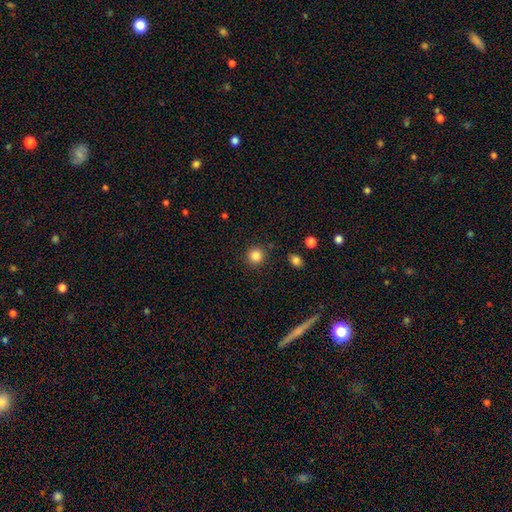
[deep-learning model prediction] Overall: smooth (85%). How rounded: round (92%). Merging: none (87%).